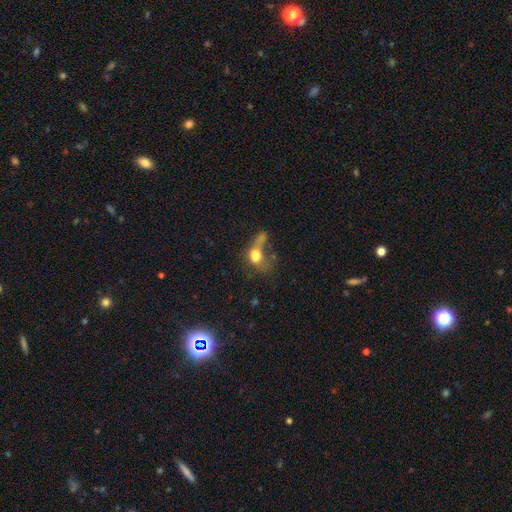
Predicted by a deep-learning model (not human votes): This is likely a smooth galaxy (69%). How rounded: possibly in between (57%). Merging: marginally major disturbance (34%).